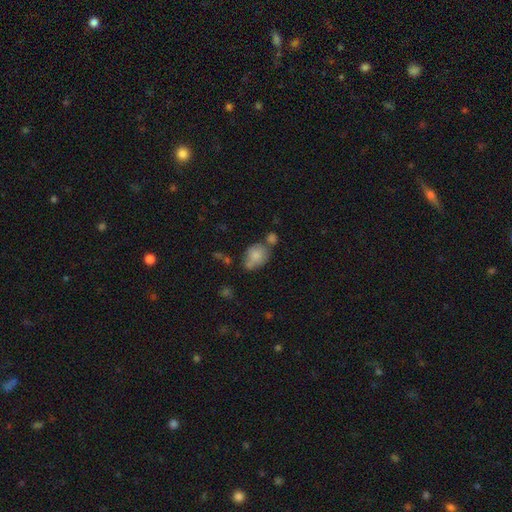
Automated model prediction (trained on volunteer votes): smooth 78%, featured or disk 14%, star or artifact 8%. Down the decision tree: how rounded — in between (64%); merging — none (45%).